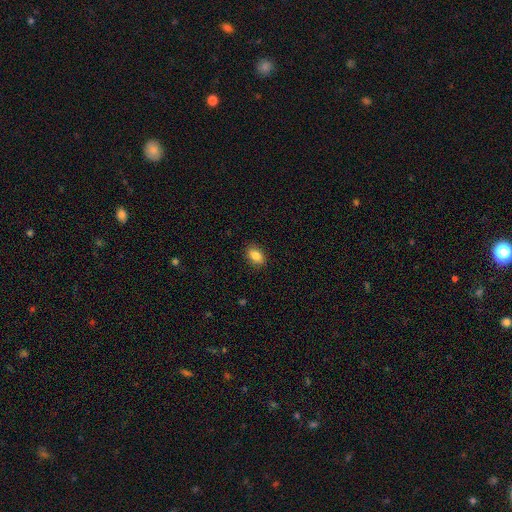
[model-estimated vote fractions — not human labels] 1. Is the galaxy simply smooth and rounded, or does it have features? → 85% smooth, 8% star or artifact, 6% featured or disk.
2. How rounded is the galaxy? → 86% in between, 12% round, 2% cigar-shaped.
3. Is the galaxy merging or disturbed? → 88% none, 9% minor disturbance, 2% major disturbance, 1% merger.